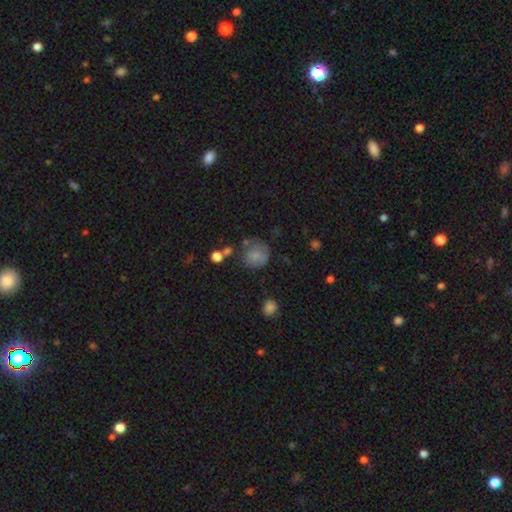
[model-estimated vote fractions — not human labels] Smooth or featured? smooth (76%)
How rounded? round (78%)
Merging? none (55%)